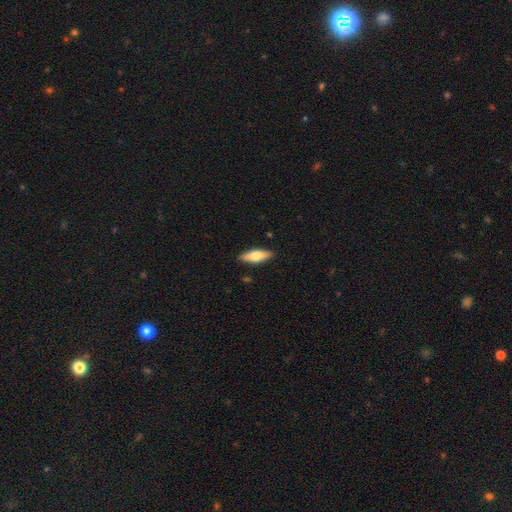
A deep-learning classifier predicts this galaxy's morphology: This appears to be a smooth galaxy with no disk features (62%) that is in between round and cigar-shaped (60%). Merging: none (88%).